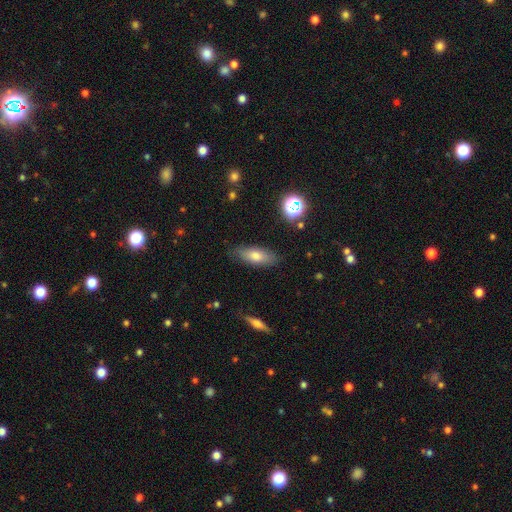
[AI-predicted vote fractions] Smooth or featured? Predicted: smooth (p=0.72). How rounded? Predicted: in between (p=0.71). Merging? Predicted: none (p=0.84).